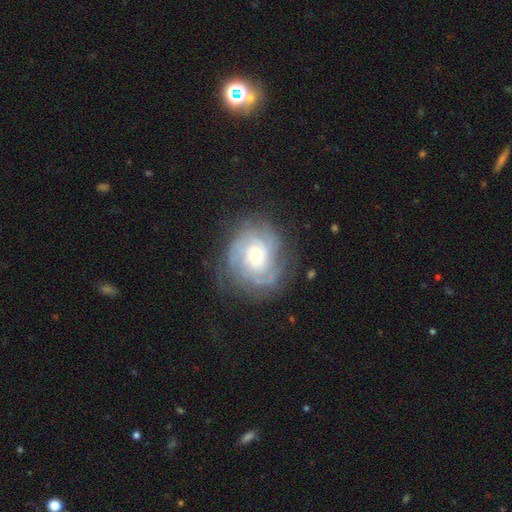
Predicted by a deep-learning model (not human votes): Overall: featured or disk (79%). Edge-on disk: no (97%). Bar: no (74%). Spiral arms: yes (92%). Spiral arm count: can't tell (42%; 3 16%). Spiral winding: tight (66%). Bulge size: moderate (48%; small 44%). Merging: none (72%).